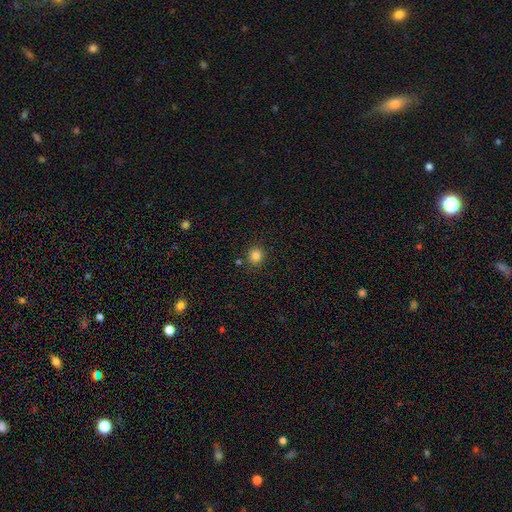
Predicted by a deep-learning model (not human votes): Overall: smooth (83%). How rounded: round (89%). Merging: none (85%).